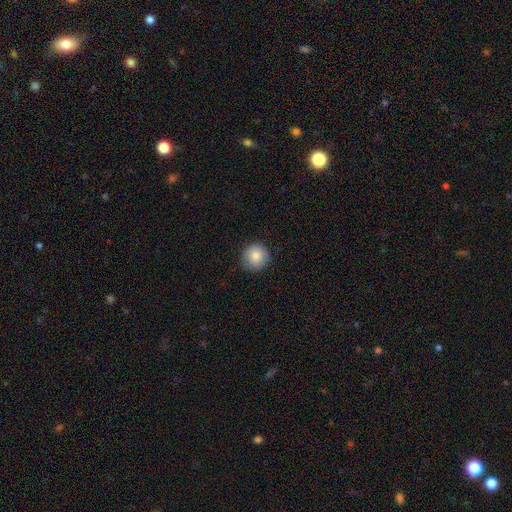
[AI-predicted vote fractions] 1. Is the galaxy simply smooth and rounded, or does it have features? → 85% smooth, 9% star or artifact, 6% featured or disk.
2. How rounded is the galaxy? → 93% round, 6% in between, 1% cigar-shaped.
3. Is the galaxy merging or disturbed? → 87% none, 10% minor disturbance, 2% major disturbance, 1% merger.